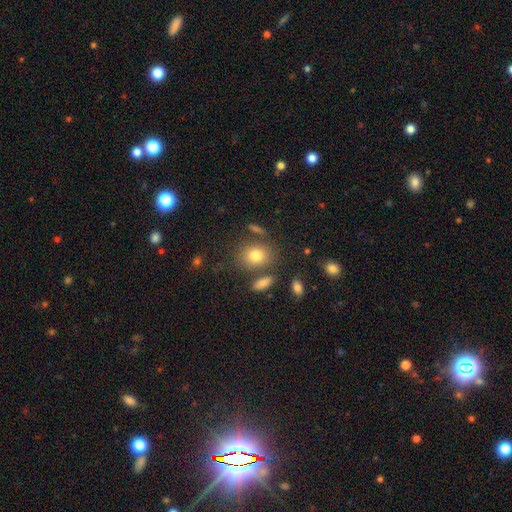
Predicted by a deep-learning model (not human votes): Overall: smooth (79%). How rounded: round (50%; in between 48%). Merging: none (72%).